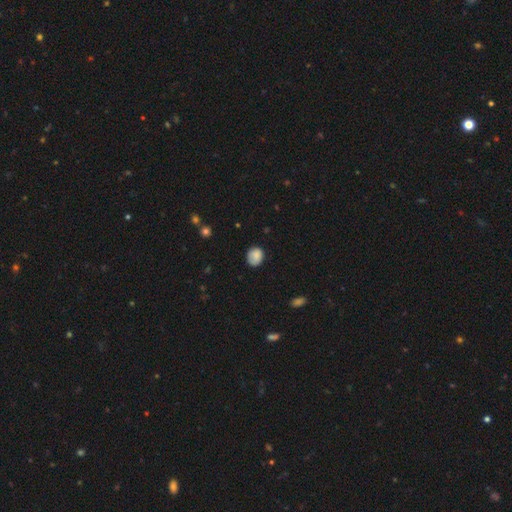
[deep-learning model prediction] Q: Smooth or featured?
A: smooth (83%); runner-up: featured or disk (9%)
Q: How rounded?
A: round (58%); runner-up: in between (41%)
Q: Merging?
A: none (72%); runner-up: minor disturbance (22%)